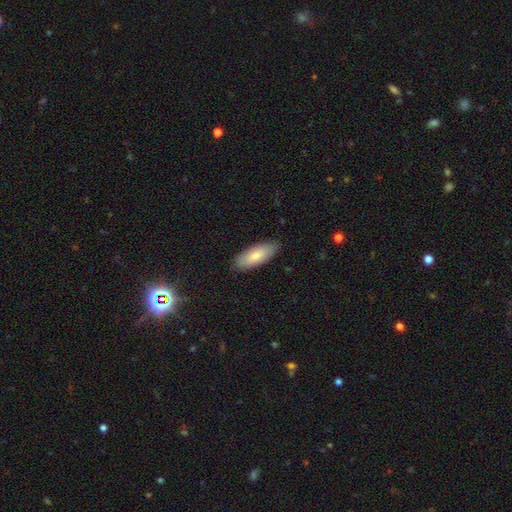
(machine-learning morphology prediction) type=smooth (81%); roundness=in between (77%); merging=none (86%).